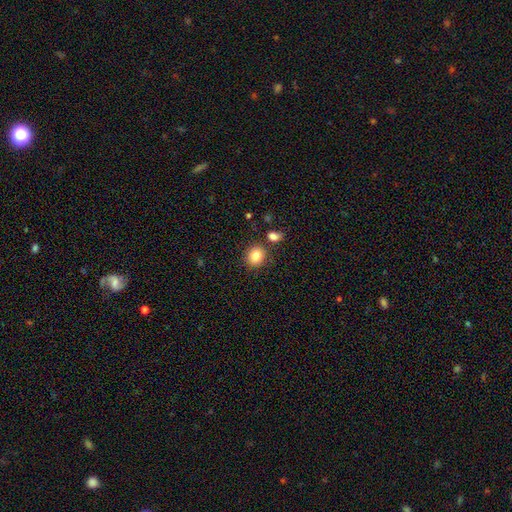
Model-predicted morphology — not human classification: Smooth or featured? smooth (84%)
How rounded? round (71%)
Merging? none (80%)